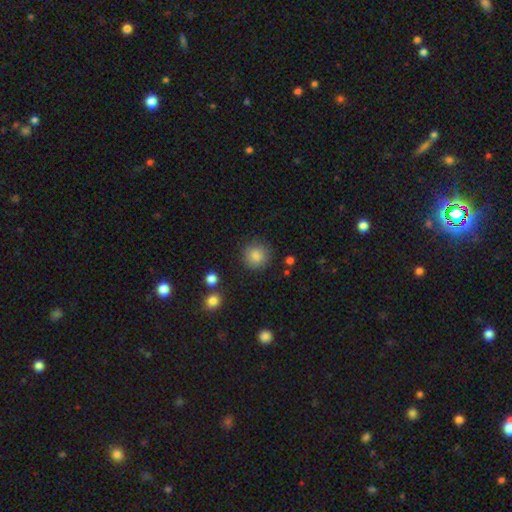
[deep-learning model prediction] Smooth or featured: smooth — 85% (star or artifact — 9%)
How rounded: round — 92% (in between — 7%)
Merging: none — 86% (minor disturbance — 9%)